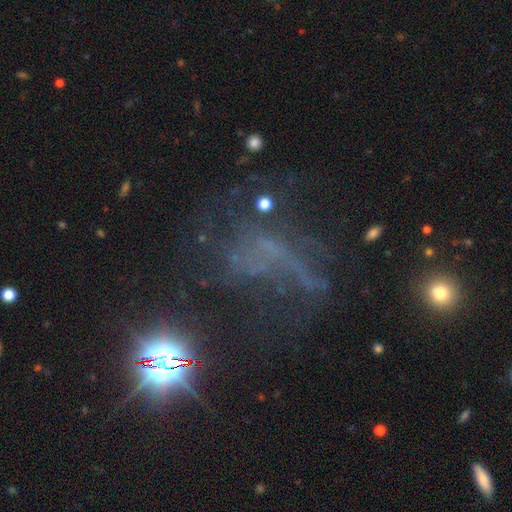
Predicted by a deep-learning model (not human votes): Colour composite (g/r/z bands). It shows a star or artifact, not a galaxy (41%, tied with featured or disk).